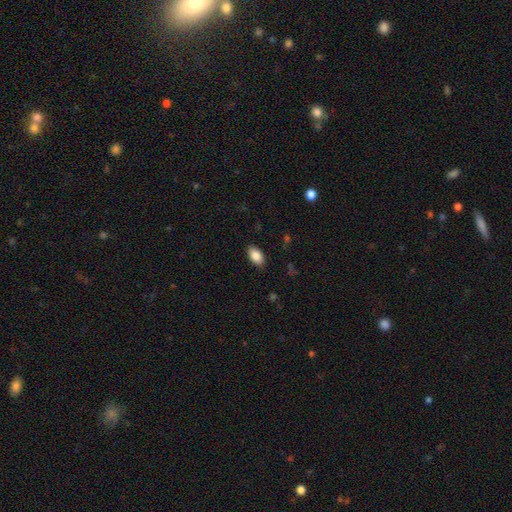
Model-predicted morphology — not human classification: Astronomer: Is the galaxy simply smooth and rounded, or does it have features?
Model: smooth — 87%.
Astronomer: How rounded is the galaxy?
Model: in between — 93%.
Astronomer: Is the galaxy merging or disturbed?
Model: none — 88%.